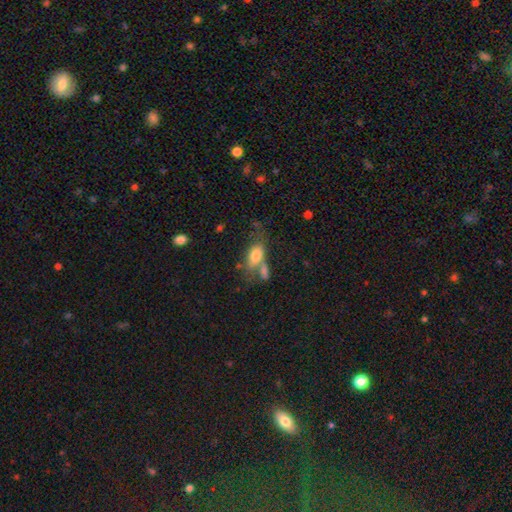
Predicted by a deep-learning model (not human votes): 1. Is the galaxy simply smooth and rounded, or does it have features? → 76% smooth, 16% featured or disk, 9% star or artifact.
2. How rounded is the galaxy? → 85% in between, 8% cigar-shaped, 7% round.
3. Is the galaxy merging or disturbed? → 41% none, 32% merger, 17% minor disturbance, 10% major disturbance.